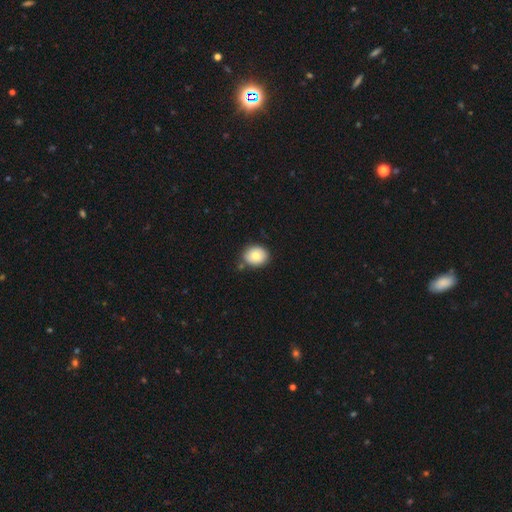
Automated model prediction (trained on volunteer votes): Q: Smooth or featured?
A: smooth (78%); runner-up: featured or disk (13%)
Q: How rounded?
A: round (62%); runner-up: in between (37%)
Q: Merging?
A: none (77%); runner-up: minor disturbance (14%)